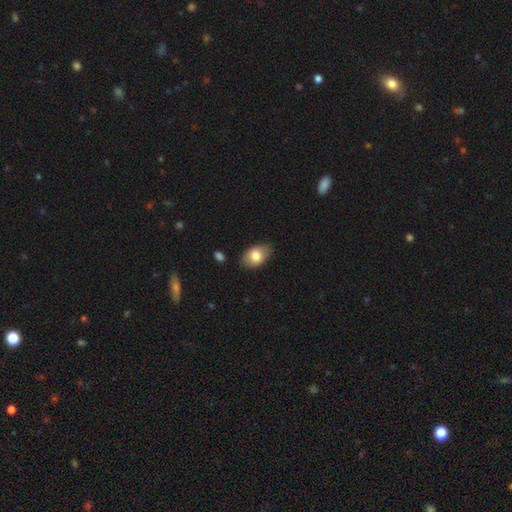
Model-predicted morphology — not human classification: A smooth galaxy with no disk features (79%) that is in between round and cigar-shaped (89%). Merging: none (80%).